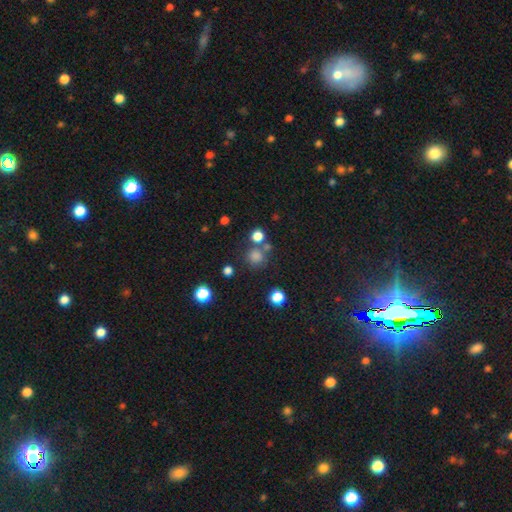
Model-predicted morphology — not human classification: This appears to be a smooth galaxy with no disk features (76%) that is round (91%). Merging: none (70%).